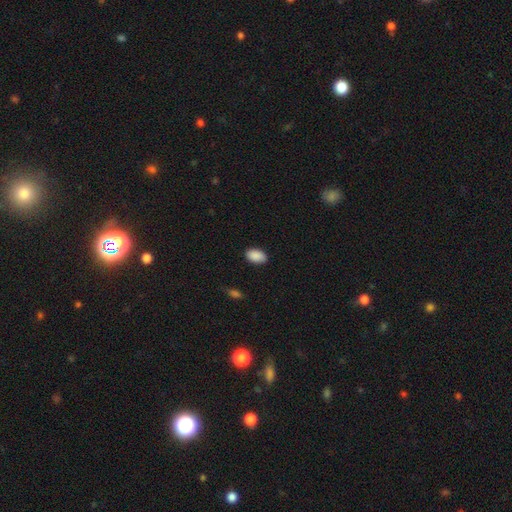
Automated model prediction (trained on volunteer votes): Smooth or featured?
  - smooth: 90% *
  - star or artifact: 7%
  - featured or disk: 3%
How rounded?
  - in between: 91% *
  - round: 8%
  - cigar-shaped: 1%
Merging?
  - none: 86% *
  - minor disturbance: 10%
  - major disturbance: 2%
  - merger: 1%